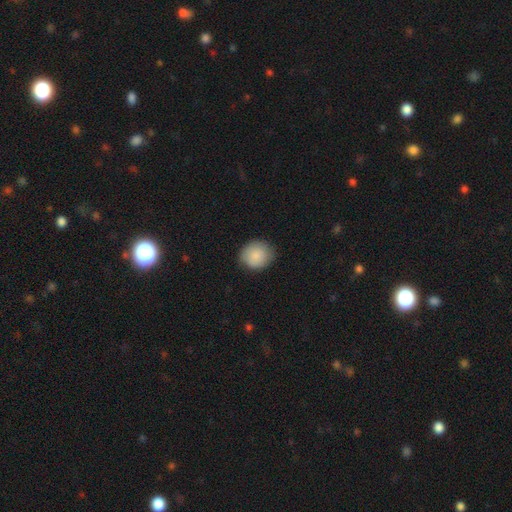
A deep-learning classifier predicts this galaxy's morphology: Smooth or featured?
  - smooth: 89% *
  - star or artifact: 6%
  - featured or disk: 5%
How rounded?
  - round: 76% *
  - in between: 23%
  - cigar-shaped: 1%
Merging?
  - none: 84% *
  - minor disturbance: 13%
  - major disturbance: 3%
  - merger: 1%